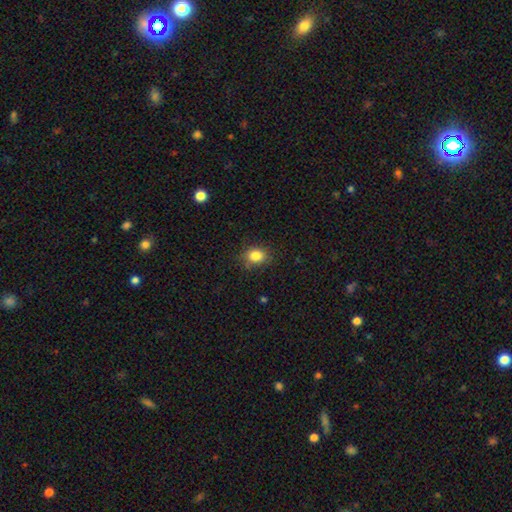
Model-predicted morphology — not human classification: Smooth or featured: smooth — 84% (star or artifact — 10%)
How rounded: round — 54% (in between — 45%)
Merging: none — 81% (minor disturbance — 14%)